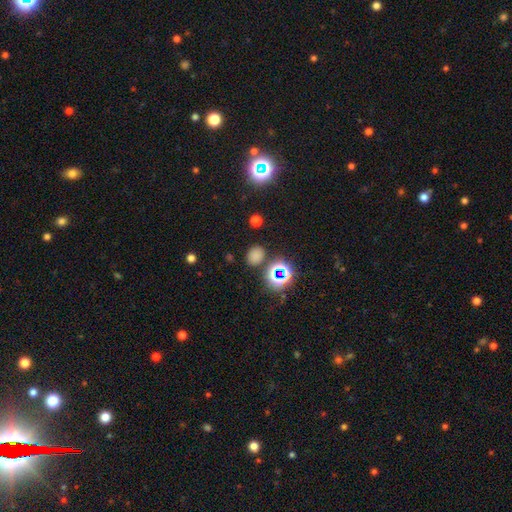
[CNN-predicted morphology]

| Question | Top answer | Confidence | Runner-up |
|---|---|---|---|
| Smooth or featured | smooth | 67% | star or artifact (28%) |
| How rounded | round | 52% | in between (47%) |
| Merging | none | 82% | minor disturbance (10%) |